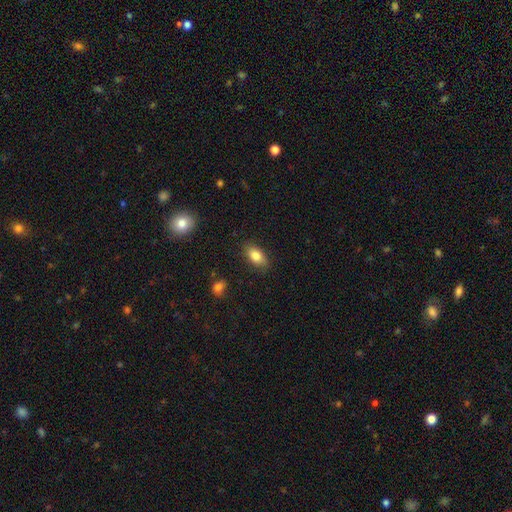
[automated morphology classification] smooth-or-featured: smooth: 83% | featured or disk: 9% | star or artifact: 8%
  how-rounded: in between: 88% | round: 6% | cigar-shaped: 6%
  merging: none: 84% | minor disturbance: 12% | major disturbance: 3% | merger: 1%